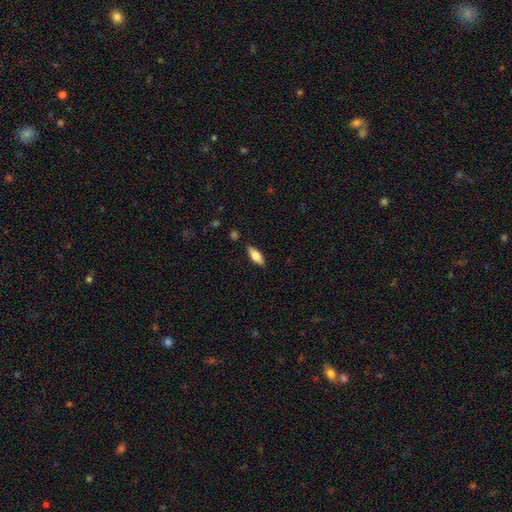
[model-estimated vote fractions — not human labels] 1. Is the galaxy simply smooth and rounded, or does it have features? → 65% smooth, 29% featured or disk, 7% star or artifact.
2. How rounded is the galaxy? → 71% in between, 27% cigar-shaped, 3% round.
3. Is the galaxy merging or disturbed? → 85% none, 11% minor disturbance, 2% major disturbance, 2% merger.